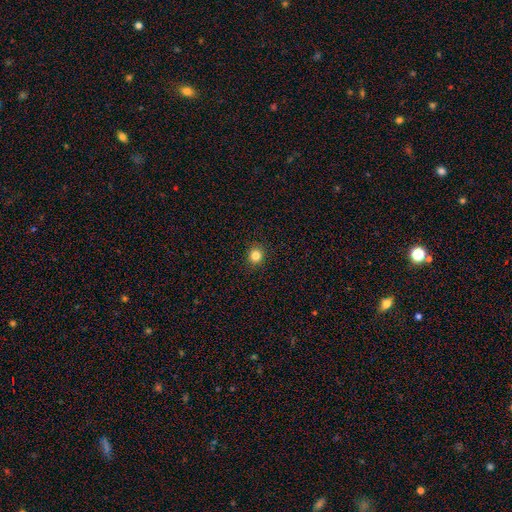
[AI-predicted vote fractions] A smooth galaxy with no disk features (83%) that is round (87%).

Vote fractions:
- Smooth or featured? smooth: 83% / star or artifact: 12% / featured or disk: 5%
- How rounded? round: 87% / in between: 12% / cigar-shaped: 1%
- Merging? none: 92% / minor disturbance: 6% / major disturbance: 2% / merger: 1%